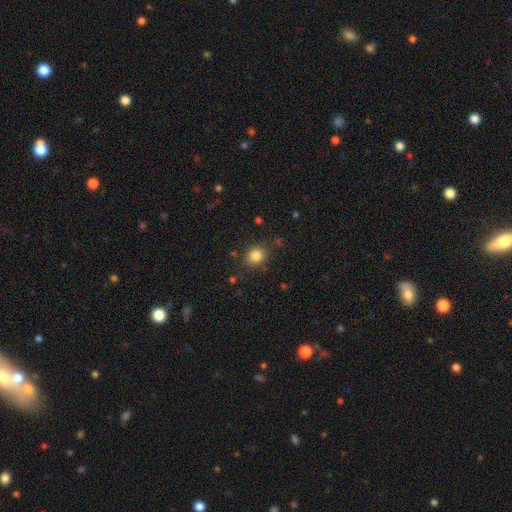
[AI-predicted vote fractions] This is clearly a smooth galaxy (84%). How rounded: likely round (72%). Merging: clearly none (84%).